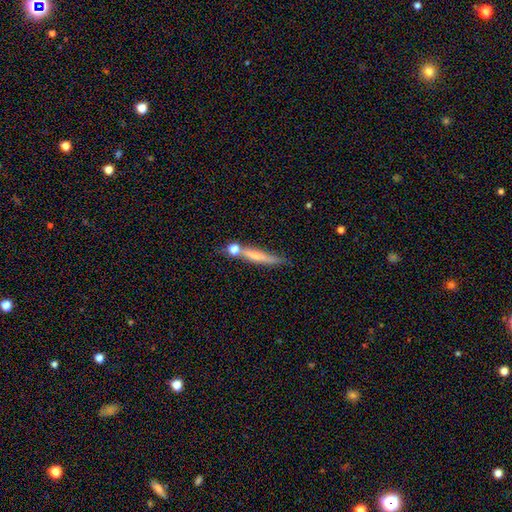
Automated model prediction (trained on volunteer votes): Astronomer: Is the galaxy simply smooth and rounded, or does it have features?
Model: smooth — 54% (runner-up: featured or disk, 38%).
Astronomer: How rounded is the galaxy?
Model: cigar-shaped — 86%.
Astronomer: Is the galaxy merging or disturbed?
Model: none — 60%.